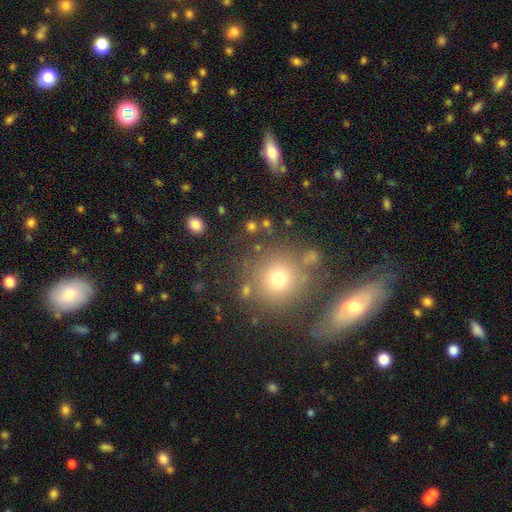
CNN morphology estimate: This is possibly a smooth galaxy (53%). How rounded: clearly round (84%). Merging: likely none (72%).